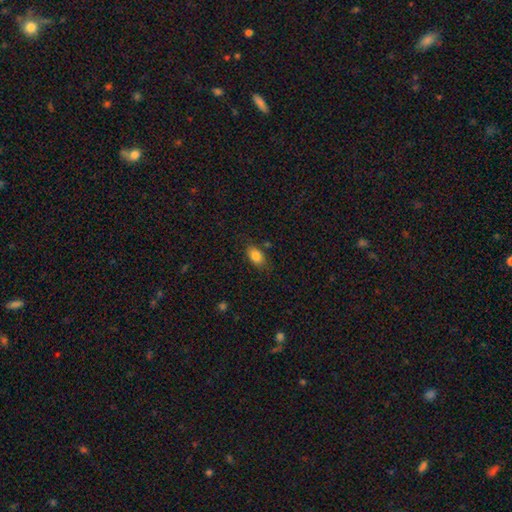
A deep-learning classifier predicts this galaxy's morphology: Q: Smooth or featured?
A: smooth (84%); runner-up: star or artifact (9%)
Q: How rounded?
A: in between (89%); runner-up: round (8%)
Q: Merging?
A: none (78%); runner-up: minor disturbance (15%)